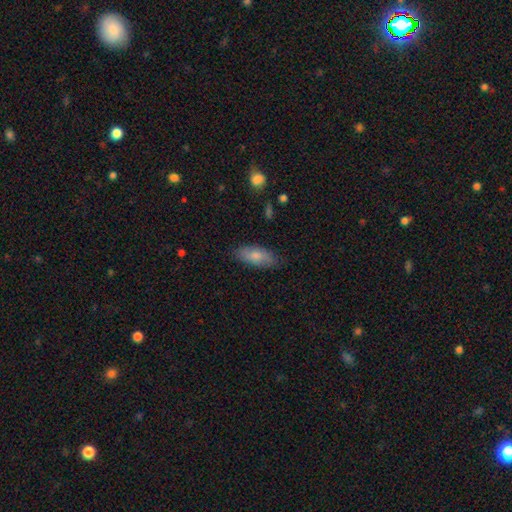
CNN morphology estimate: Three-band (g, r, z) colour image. It shows a smooth galaxy with no disk features (77%) that is in between round and cigar-shaped (82%). Merging: none (82%).